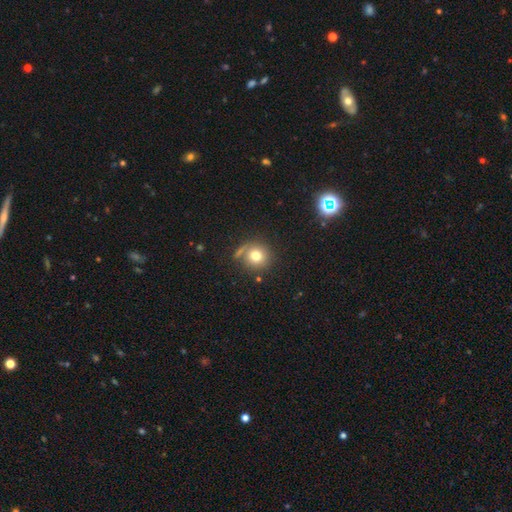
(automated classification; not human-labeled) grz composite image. It shows a smooth galaxy with no disk features (75%) that is round (91%). Merging: none (71%).